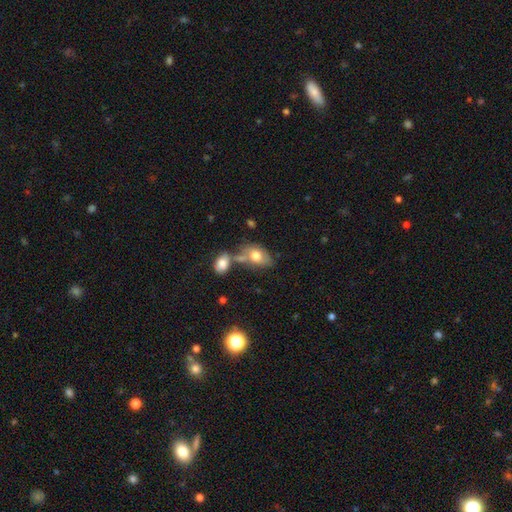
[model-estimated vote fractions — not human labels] Morphology: type=smooth (69%); roundness=in between (86%); merging=none (40%).